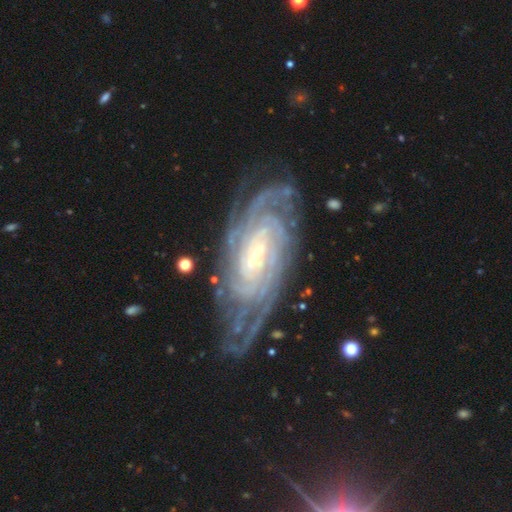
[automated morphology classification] Overall: featured or disk (91%). Edge-on disk: no (96%). Bar: weak (39%; no 38%). Spiral arms: yes (98%). Spiral arm count: 4 (27%; can't tell 21%). Spiral winding: tight (81%). Bulge size: small (75%). Merging: none (75%).